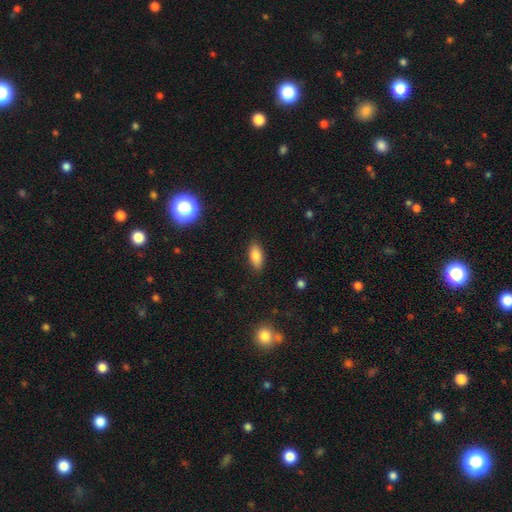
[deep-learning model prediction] A smooth galaxy with no disk features (84%) that is in between round and cigar-shaped (87%). Merging: none (86%).